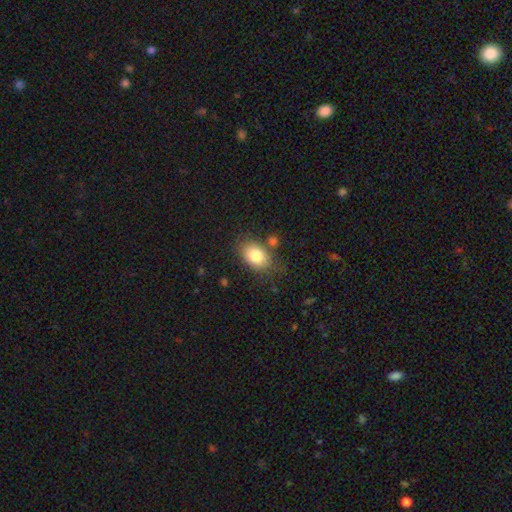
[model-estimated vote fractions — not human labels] The model was most divided on "merging": none: 71%, minor disturbance: 17%, merger: 7%, major disturbance: 6%. More confident: smooth or featured — smooth (82%); how rounded — in between (79%).